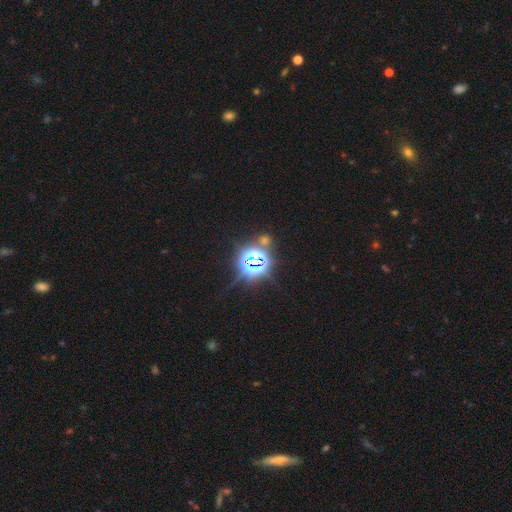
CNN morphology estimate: This is likely a star or artifact rather than a galaxy (79%).